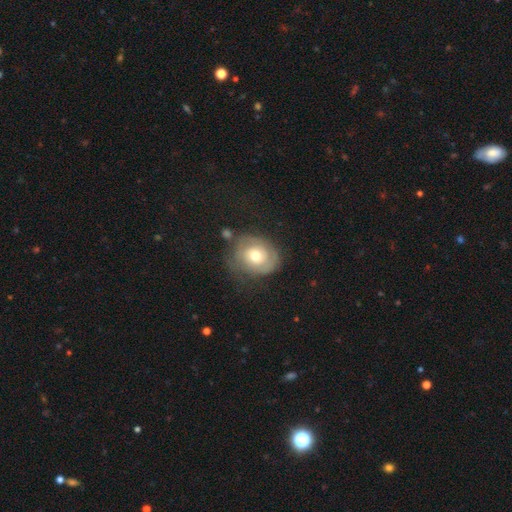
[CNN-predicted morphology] Smooth or featured: featured or disk — 54% (smooth — 39%)
Edge-on disk: no — 96% (yes — 4%)
Bar: no — 81% (weak — 16%)
Spiral arms: yes — 72% (no — 28%)
Bulge size: moderate — 73% (small — 16%)
Merging: none — 60% (minor disturbance — 24%)